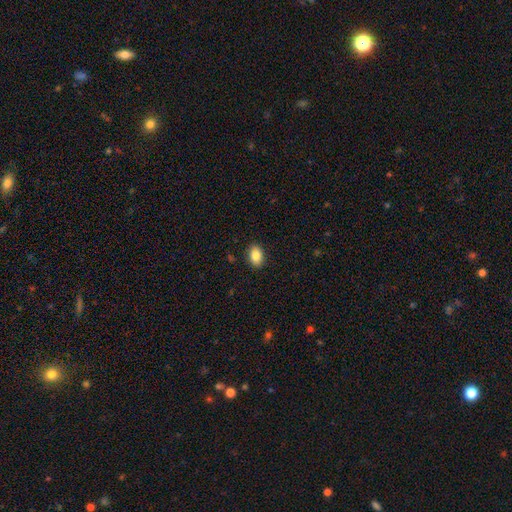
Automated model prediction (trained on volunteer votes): smooth_or_featured: smooth (p=0.86) [alt: star or artifact p=0.08]
how_rounded: in between (p=0.85) [alt: round p=0.14]
merging: none (p=0.89) [alt: minor disturbance p=0.08]